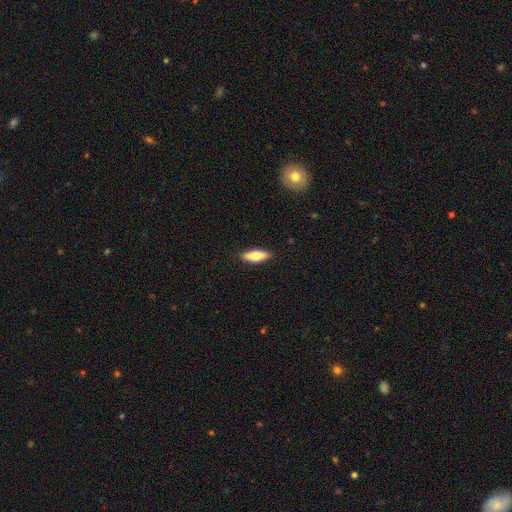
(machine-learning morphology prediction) Smooth or featured: smooth — 67% (featured or disk — 27%)
How rounded: in between — 54% (cigar-shaped — 44%)
Merging: none — 89% (minor disturbance — 8%)